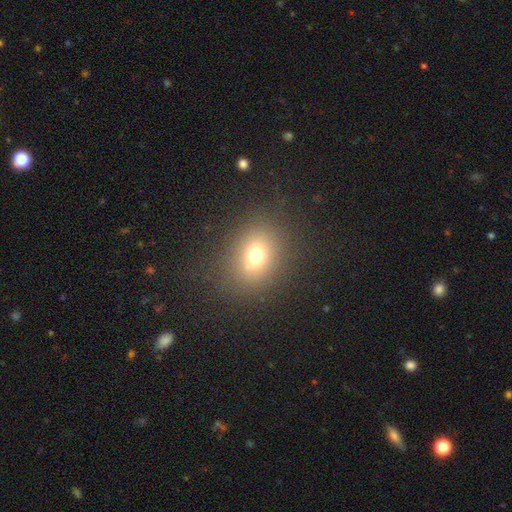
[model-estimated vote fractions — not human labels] This is likely a smooth galaxy (71%). How rounded: possibly round (54%). Merging: clearly none (84%).